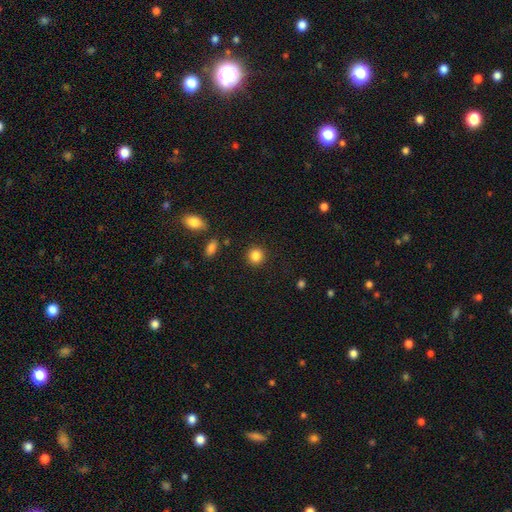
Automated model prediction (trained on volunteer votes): Q: Smooth or featured?
A: smooth (86%); runner-up: star or artifact (10%)
Q: How rounded?
A: round (90%); runner-up: in between (9%)
Q: Merging?
A: none (90%); runner-up: minor disturbance (6%)